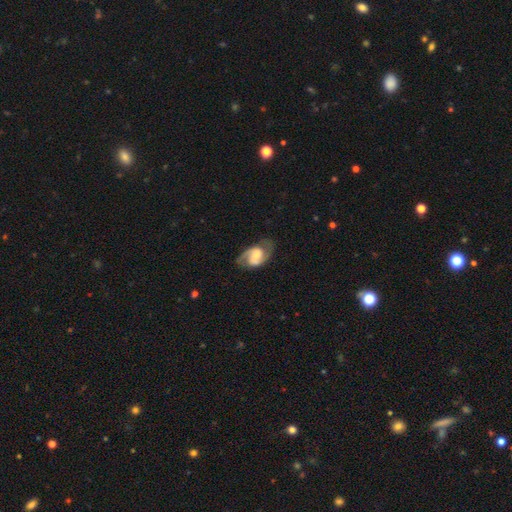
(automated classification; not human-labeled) Overall: featured or disk (80%). Edge-on disk: no (97%). Bar: weak (47%; no 37%). Spiral arms: yes (94%). Spiral arm count: 2 (88%). Spiral winding: medium (53%; loose 24%). Bulge size: small (38%; moderate 33%). Merging: none (70%).